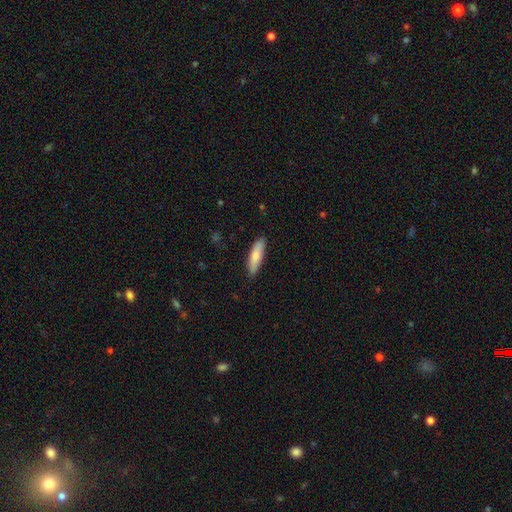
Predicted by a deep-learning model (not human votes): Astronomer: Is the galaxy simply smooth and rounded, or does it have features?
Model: smooth — 80%.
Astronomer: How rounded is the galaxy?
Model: cigar-shaped — 64%.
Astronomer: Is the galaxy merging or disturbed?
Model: none — 85%.